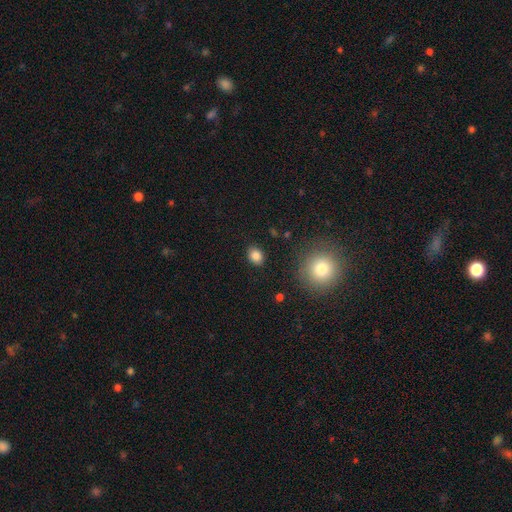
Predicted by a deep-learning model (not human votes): Overall: smooth (85%). How rounded: in between (53%; round 46%). Merging: none (87%).